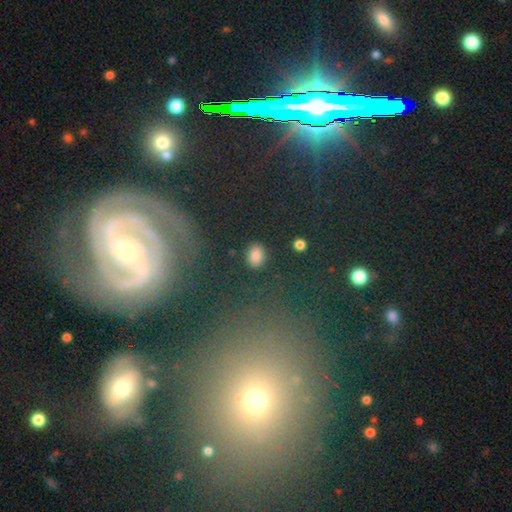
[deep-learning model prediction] A smooth galaxy with no disk features (82%) that is in between round and cigar-shaped (62%).

Vote fractions:
- Smooth or featured? smooth: 82% / star or artifact: 13% / featured or disk: 5%
- How rounded? in between: 62% / round: 36% / cigar-shaped: 2%
- Merging? none: 85% / minor disturbance: 10% / major disturbance: 3% / merger: 2%